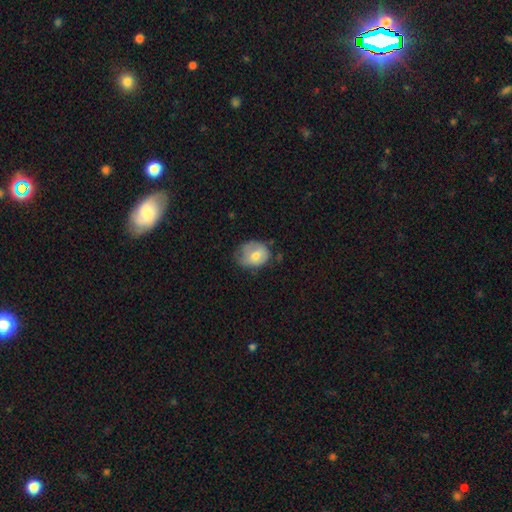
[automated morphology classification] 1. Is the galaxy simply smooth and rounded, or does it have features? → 69% smooth, 23% featured or disk, 8% star or artifact.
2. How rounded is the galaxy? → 58% round, 41% in between, 1% cigar-shaped.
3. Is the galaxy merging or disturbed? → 44% none, 39% minor disturbance, 15% major disturbance, 2% merger.